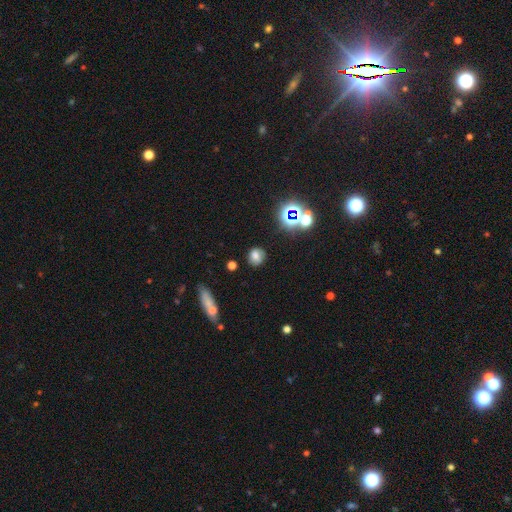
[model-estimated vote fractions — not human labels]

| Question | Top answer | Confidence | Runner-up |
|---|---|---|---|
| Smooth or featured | smooth | 67% | star or artifact (19%) |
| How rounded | round | 74% | in between (24%) |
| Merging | none | 77% | minor disturbance (15%) |